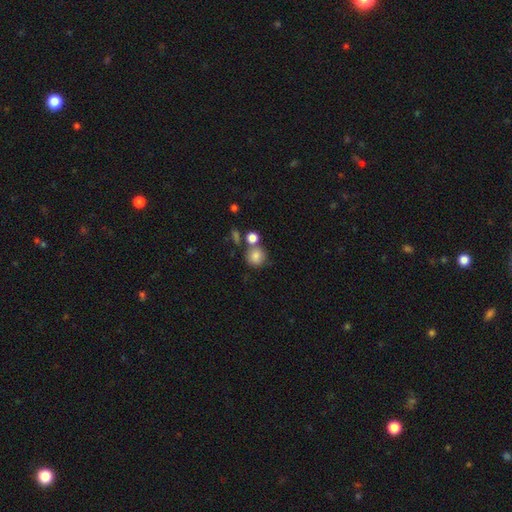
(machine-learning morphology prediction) Smooth or featured? smooth (82%)
How rounded? round (88%)
Merging? none (60%)